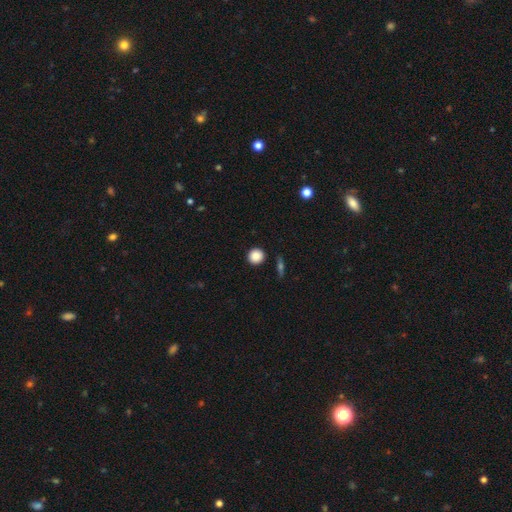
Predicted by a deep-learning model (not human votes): Q: Smooth or featured?
A: smooth (86%); runner-up: star or artifact (9%)
Q: How rounded?
A: round (92%); runner-up: in between (7%)
Q: Merging?
A: none (89%); runner-up: minor disturbance (6%)